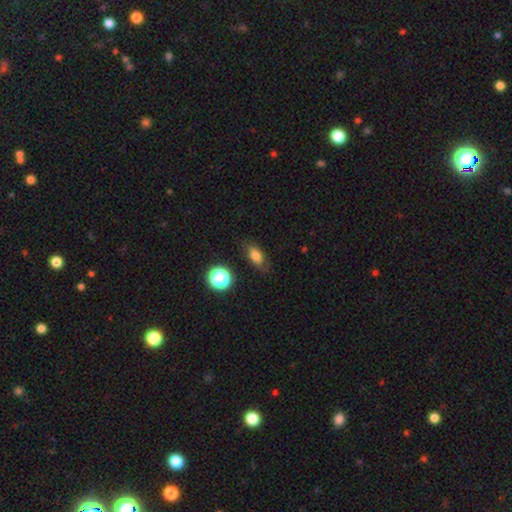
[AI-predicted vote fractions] Smooth or featured: smooth — 75% (featured or disk — 13%)
How rounded: in between — 78% (round — 12%)
Merging: none — 77% (minor disturbance — 17%)